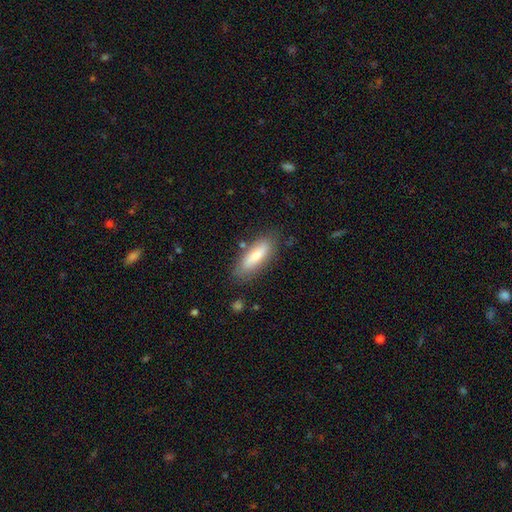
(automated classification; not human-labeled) Smooth or featured?
  - smooth: 76% *
  - featured or disk: 17%
  - star or artifact: 6%
How rounded?
  - in between: 55% *
  - cigar-shaped: 43%
  - round: 2%
Merging?
  - none: 79% *
  - minor disturbance: 14%
  - major disturbance: 4%
  - merger: 3%